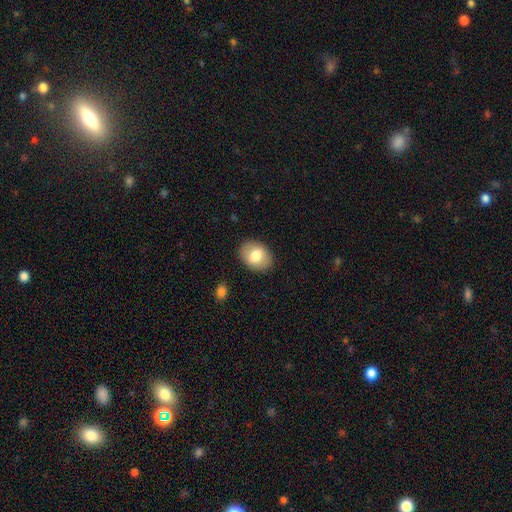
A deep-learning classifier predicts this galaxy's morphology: A smooth galaxy with no disk features (74%) that is in between round and cigar-shaped (69%).

Vote fractions:
- Smooth or featured? smooth: 74% / featured or disk: 19% / star or artifact: 7%
- How rounded? in between: 69% / round: 30% / cigar-shaped: 1%
- Merging? none: 88% / minor disturbance: 9% / major disturbance: 3% / merger: 1%